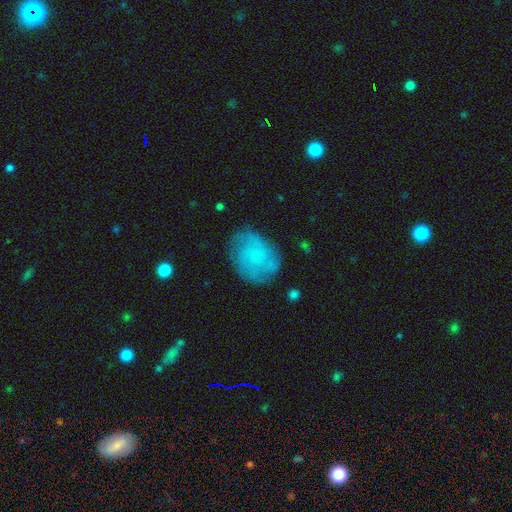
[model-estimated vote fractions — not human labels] Smooth or featured: featured or disk — 49% (smooth — 42%)
Merging: none — 69% (minor disturbance — 21%)